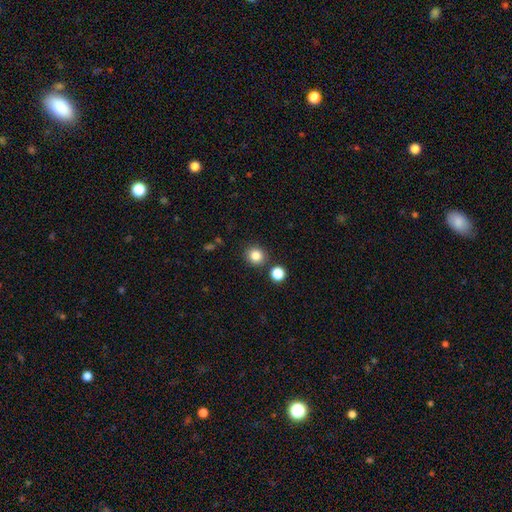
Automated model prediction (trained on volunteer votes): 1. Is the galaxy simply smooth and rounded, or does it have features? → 83% smooth, 12% star or artifact, 5% featured or disk.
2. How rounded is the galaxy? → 89% round, 10% in between, 1% cigar-shaped.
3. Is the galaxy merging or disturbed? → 85% none, 7% minor disturbance, 6% merger, 2% major disturbance.